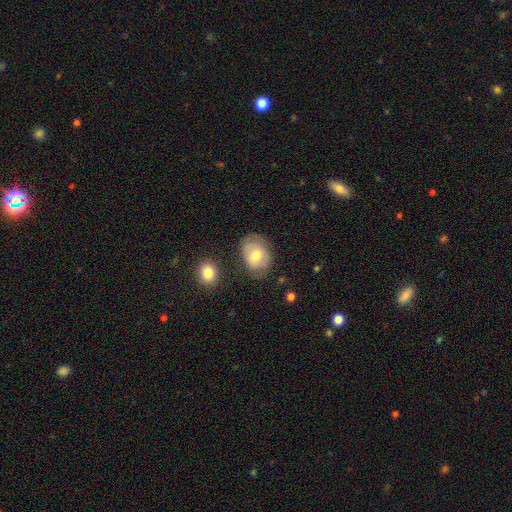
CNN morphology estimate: Q: Smooth or featured?
A: smooth (64%); runner-up: featured or disk (28%)
Q: How rounded?
A: in between (66%); runner-up: round (33%)
Q: Merging?
A: none (67%); runner-up: minor disturbance (22%)